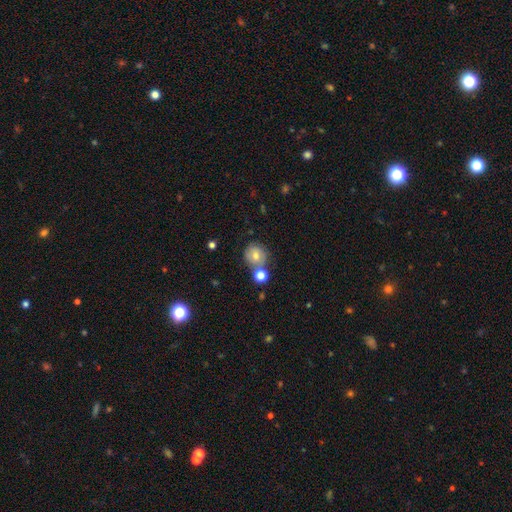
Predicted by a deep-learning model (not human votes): smooth-or-featured: smooth: 67% | featured or disk: 20% | star or artifact: 12%
  how-rounded: round: 86% | in between: 13% | cigar-shaped: 1%
  merging: none: 62% | merger: 21% | minor disturbance: 12% | major disturbance: 4%